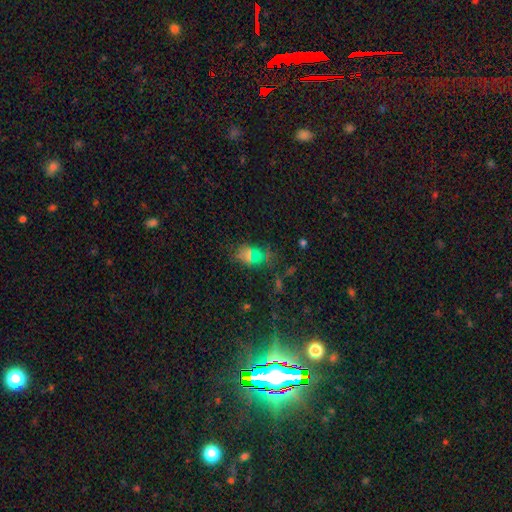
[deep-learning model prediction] Smooth or featured: smooth — 52% (star or artifact — 37%)
How rounded: in between — 81% (round — 14%)
Merging: none — 68% (minor disturbance — 18%)